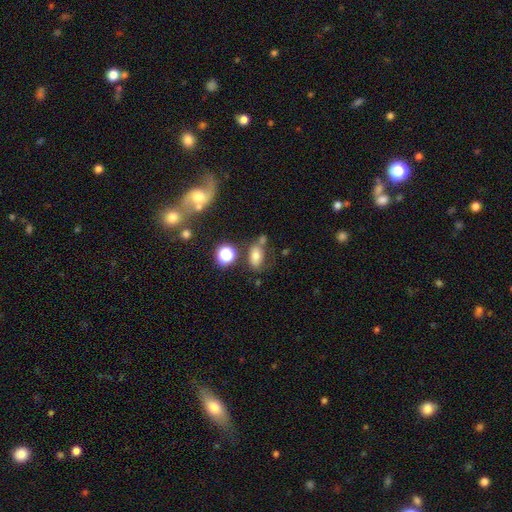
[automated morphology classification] The model was most divided on "merging": none: 55%, minor disturbance: 18%, merger: 18%, major disturbance: 9%. More confident: how rounded — in between (81%); smooth or featured — smooth (69%).